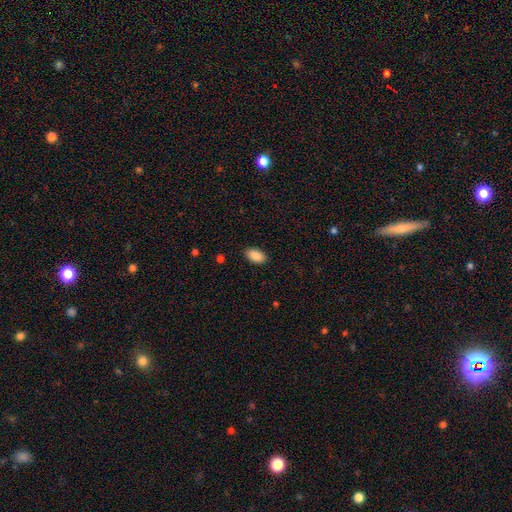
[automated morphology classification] smooth_or_featured: smooth (p=0.89) [alt: star or artifact p=0.07]
how_rounded: in between (p=0.93) [alt: round p=0.05]
merging: none (p=0.88) [alt: minor disturbance p=0.08]